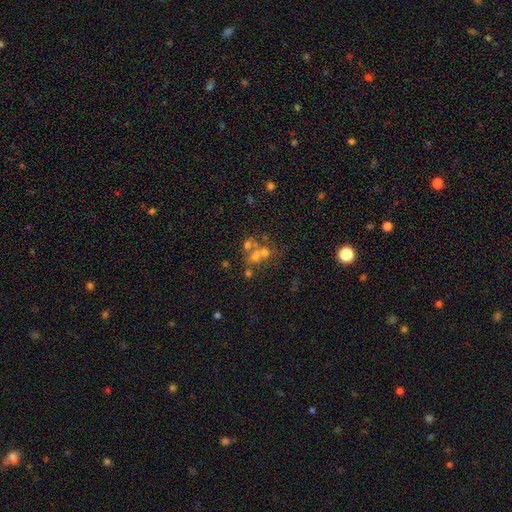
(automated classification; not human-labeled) A smooth galaxy with no disk features (37%). Merging: merger (45%).